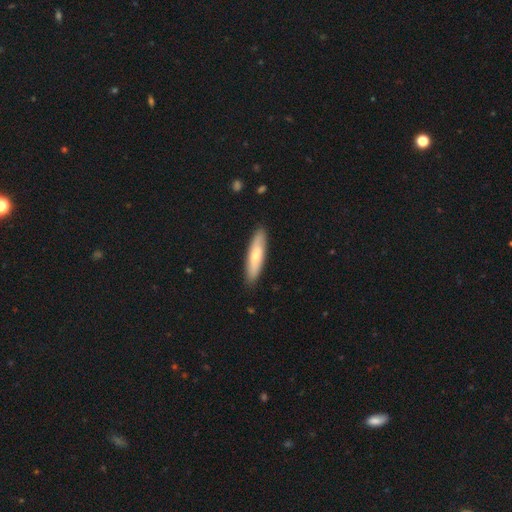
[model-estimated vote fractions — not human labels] smooth-or-featured: smooth: 66% | featured or disk: 29% | star or artifact: 5%
  how-rounded: cigar-shaped: 74% | in between: 25% | round: 2%
  merging: none: 89% | minor disturbance: 8% | major disturbance: 2% | merger: 1%